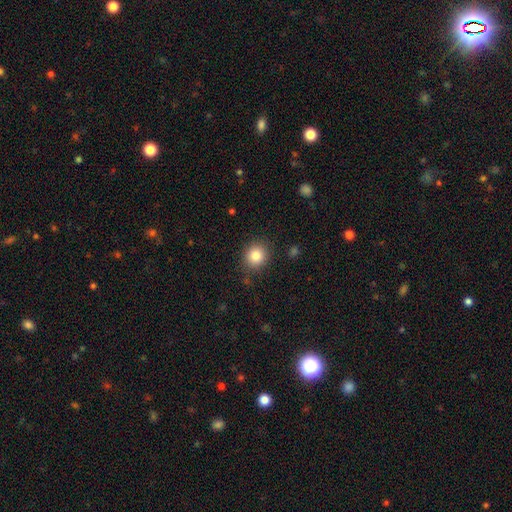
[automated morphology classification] This is clearly a smooth galaxy (84%). How rounded: clearly round (84%). Merging: clearly none (86%).